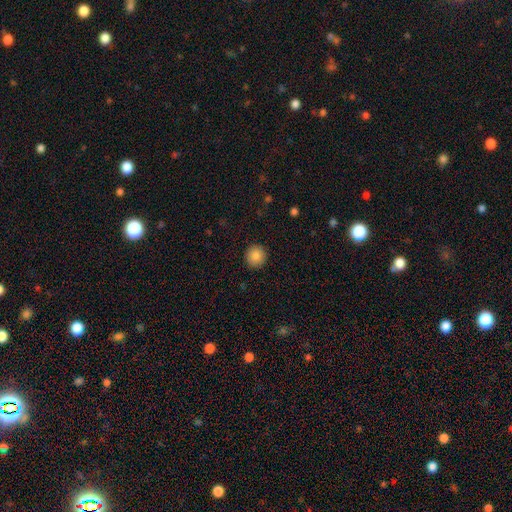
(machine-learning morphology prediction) This is clearly a smooth galaxy (87%). How rounded: clearly round (94%). Merging: clearly none (92%).